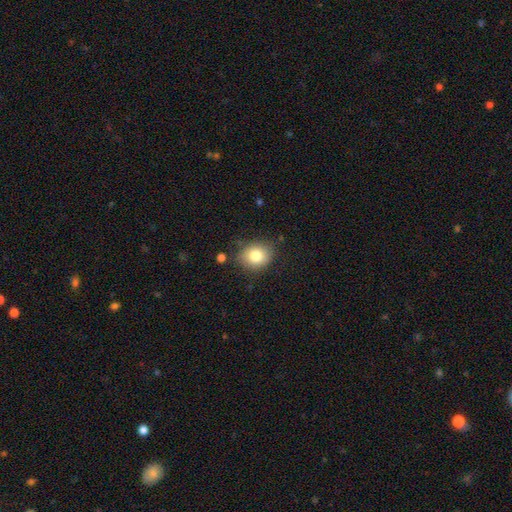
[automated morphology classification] type=smooth (80%); roundness=round (57%); merging=none (79%).